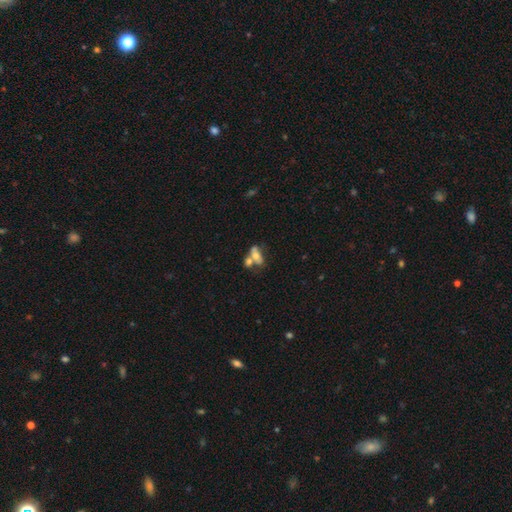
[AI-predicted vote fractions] Overall: smooth (53%; featured or disk 37%). How rounded: in between (73%). Merging: merger (51%; none 30%).